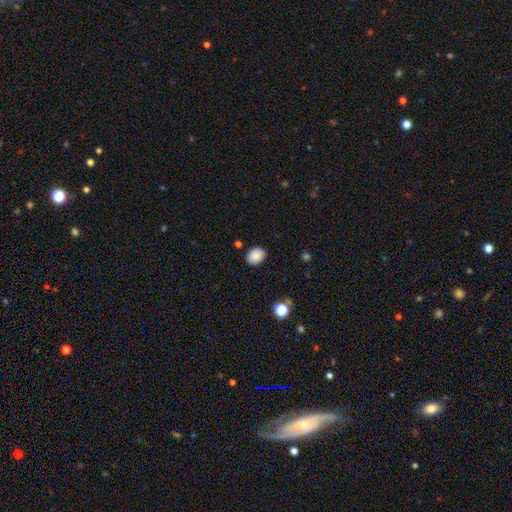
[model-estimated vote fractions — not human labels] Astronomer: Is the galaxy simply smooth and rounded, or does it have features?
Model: smooth — 87%.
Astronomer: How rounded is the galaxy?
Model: in between — 63%.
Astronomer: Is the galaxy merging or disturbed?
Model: none — 87%.